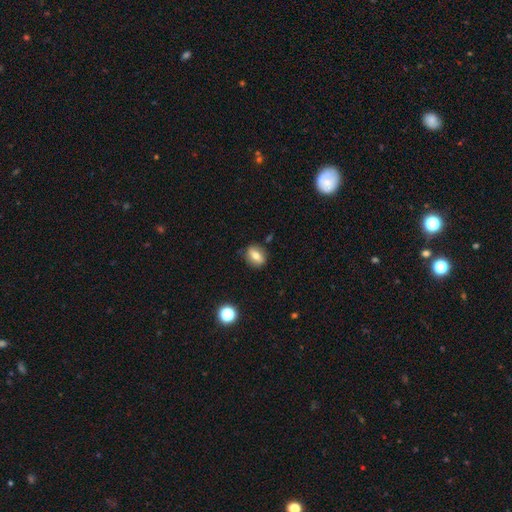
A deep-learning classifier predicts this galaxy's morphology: This is likely a smooth galaxy (68%). How rounded: possibly in between (58%). Merging: clearly none (82%).